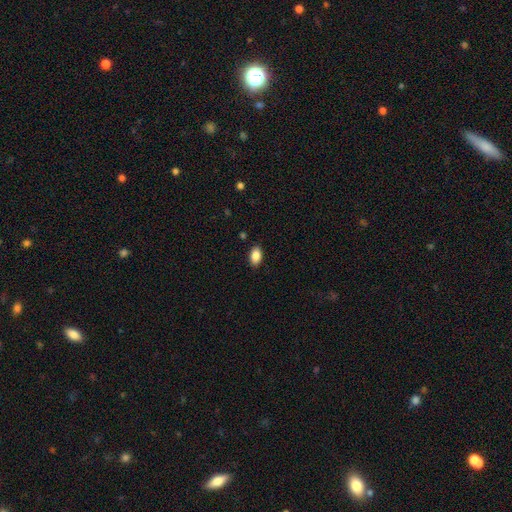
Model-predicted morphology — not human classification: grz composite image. It shows a smooth galaxy with no disk features (87%) that is in between round and cigar-shaped (91%). Merging: none (88%).